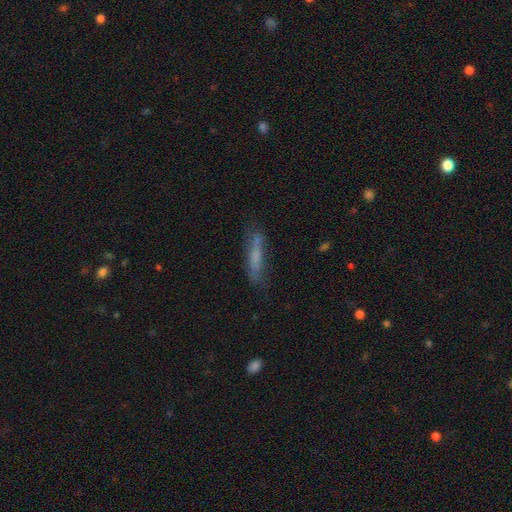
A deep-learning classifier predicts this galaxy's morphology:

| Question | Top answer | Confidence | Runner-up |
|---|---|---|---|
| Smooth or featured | smooth | 59% | featured or disk (32%) |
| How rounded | cigar-shaped | 83% | in between (16%) |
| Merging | none | 66% | minor disturbance (23%) |